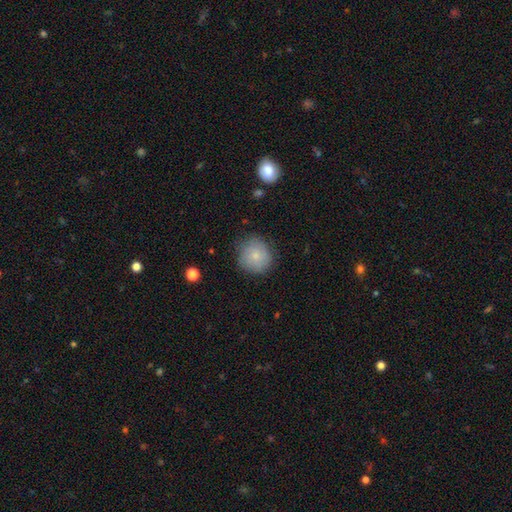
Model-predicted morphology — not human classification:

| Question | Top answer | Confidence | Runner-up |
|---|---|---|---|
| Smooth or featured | smooth | 75% | featured or disk (17%) |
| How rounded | round | 91% | in between (8%) |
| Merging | none | 78% | minor disturbance (16%) |